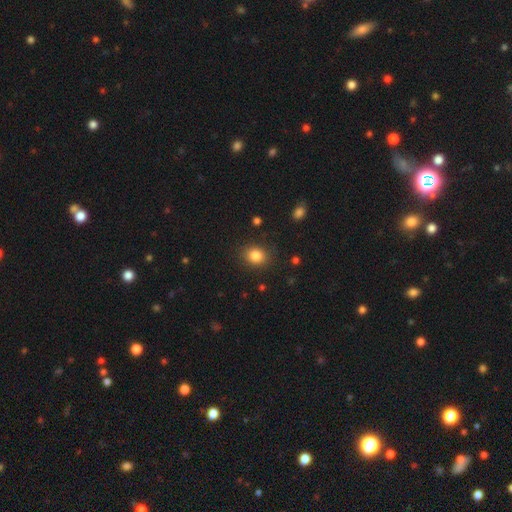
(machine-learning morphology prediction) smooth_or_featured: smooth (p=0.84) [alt: star or artifact p=0.11]
how_rounded: round (p=0.61) [alt: in between p=0.38]
merging: none (p=0.86) [alt: minor disturbance p=0.09]